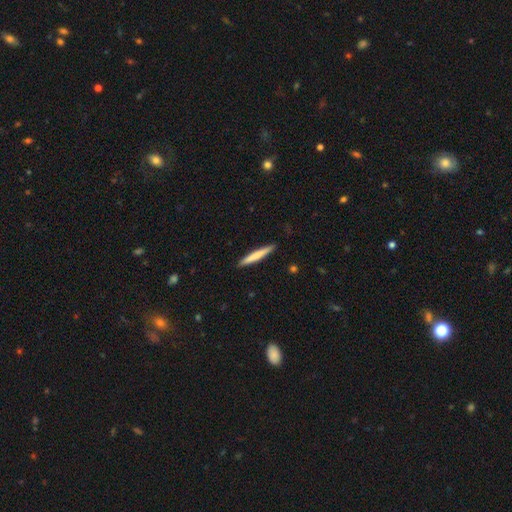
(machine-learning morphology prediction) Smooth or featured?
  - smooth: 67% *
  - featured or disk: 29%
  - star or artifact: 5%
How rounded?
  - cigar-shaped: 96% *
  - in between: 3%
  - round: 1%
Merging?
  - none: 91% *
  - minor disturbance: 6%
  - major disturbance: 1%
  - merger: 1%